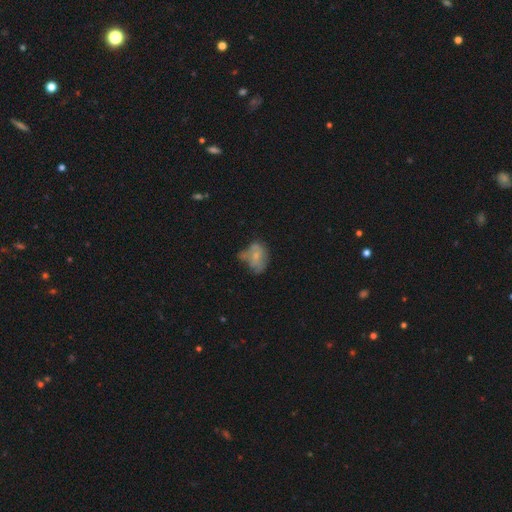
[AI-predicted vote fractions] Morphology: type=smooth (52%); roundness=in between (68%); merging=none (31%).